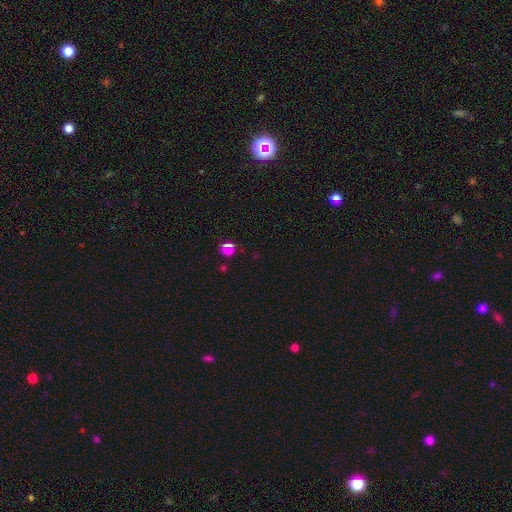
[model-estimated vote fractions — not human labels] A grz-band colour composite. It shows a star or artifact, not a galaxy (61%).